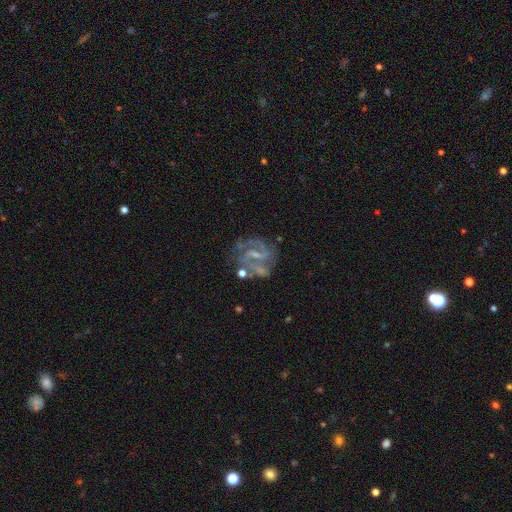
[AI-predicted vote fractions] This is clearly a featured or disk galaxy (86%). It is clearly not viewed edge-on (98%). Bar: possibly weak (46%). Spiral arm pattern: clearly yes (93%). Spiral arm count: likely 2 (74%). Spiral winding: possibly medium (54%). Central bulge: likely small (62%). Merging: likely none (61%).